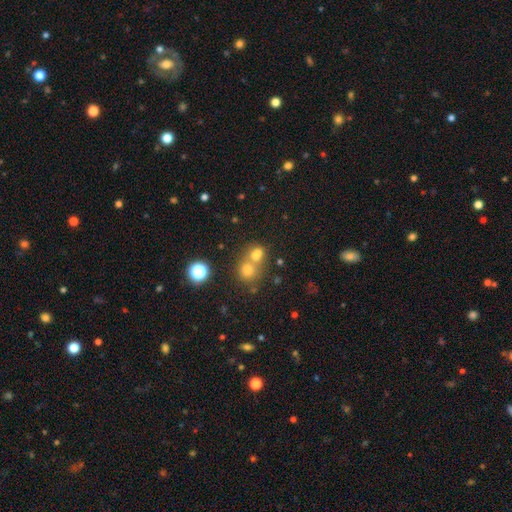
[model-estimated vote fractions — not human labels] A smooth galaxy with no disk features (66%) that is round (78%). Merging: merger (52%).